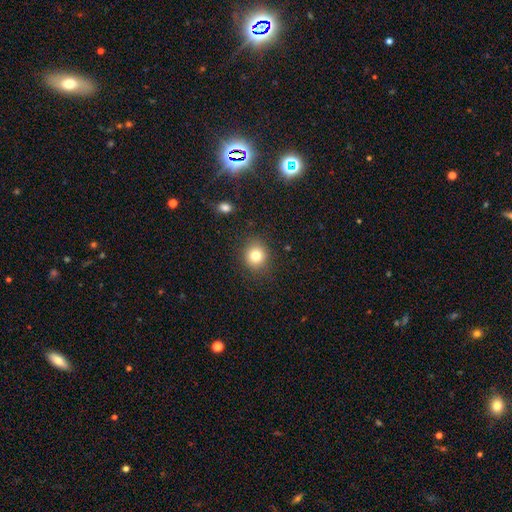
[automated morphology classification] type=smooth (80%); roundness=round (79%); merging=none (87%).